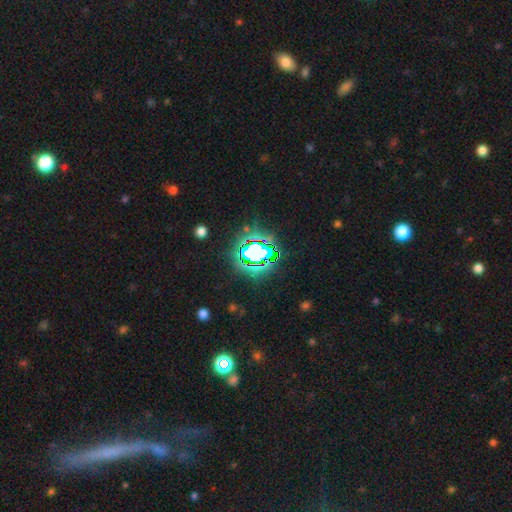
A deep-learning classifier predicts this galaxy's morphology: The model was most divided on "smooth or featured": star or artifact: 70%, smooth: 18%, featured or disk: 13%.